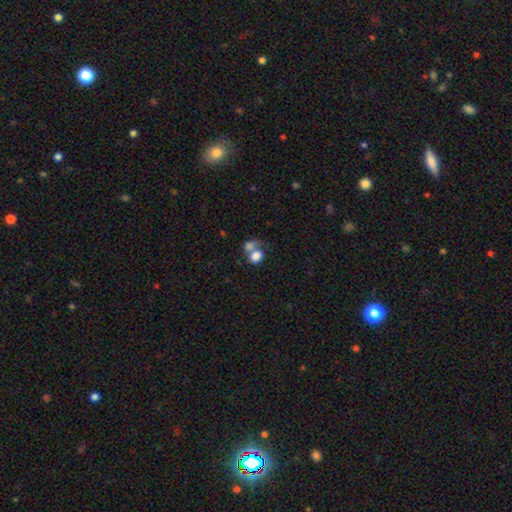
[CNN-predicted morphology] Smooth or featured? smooth (77%)
How rounded? round (50%)
Merging? merger (60%)